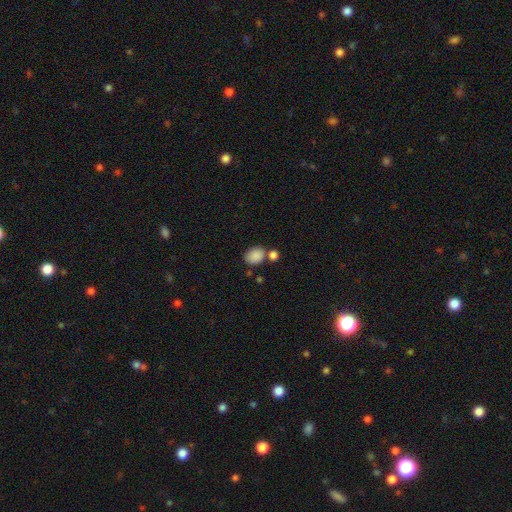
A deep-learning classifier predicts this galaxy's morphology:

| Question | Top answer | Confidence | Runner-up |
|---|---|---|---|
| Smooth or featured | smooth | 86% | star or artifact (9%) |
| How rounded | in between | 59% | round (40%) |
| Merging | none | 60% | merger (23%) |